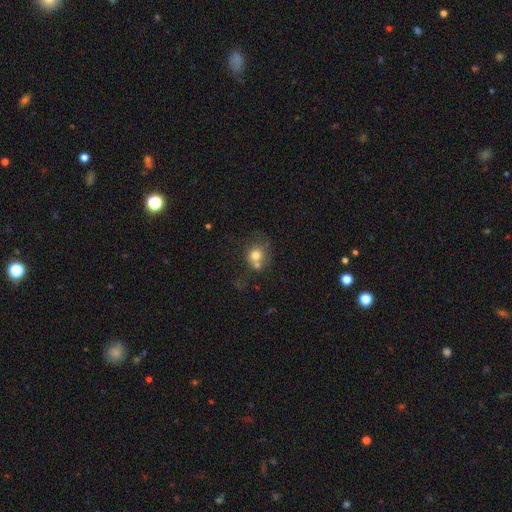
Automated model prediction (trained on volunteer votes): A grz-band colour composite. It shows a smooth galaxy with no disk features (74%) that is round (80%). Merging: none (45%).